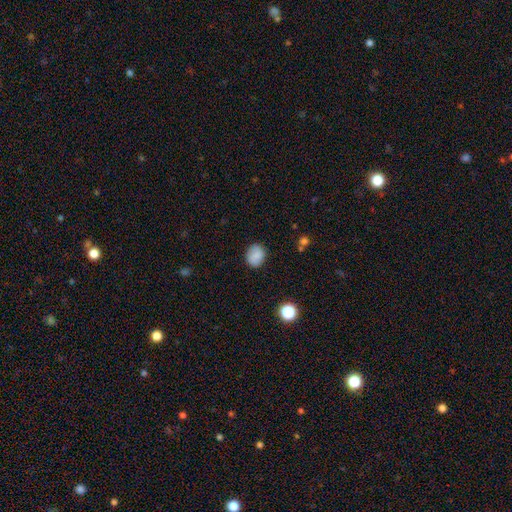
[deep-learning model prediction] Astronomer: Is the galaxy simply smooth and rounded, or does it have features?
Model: smooth — 82%.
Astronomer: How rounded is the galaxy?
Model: round — 59% (runner-up: in between, 40%).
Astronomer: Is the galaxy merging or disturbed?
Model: none — 84%.